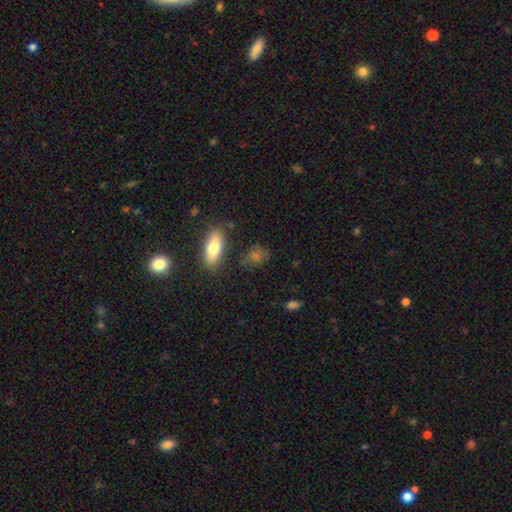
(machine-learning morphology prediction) smooth-or-featured: smooth: 73% | star or artifact: 13% | featured or disk: 13%
  how-rounded: in between: 58% | round: 28% | cigar-shaped: 14%
  merging: none: 77% | minor disturbance: 14% | major disturbance: 4% | merger: 4%